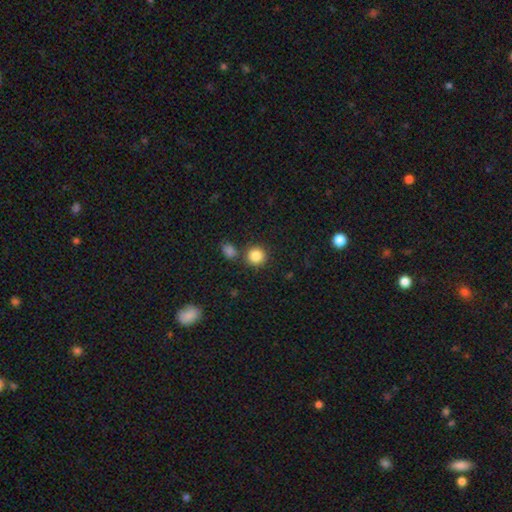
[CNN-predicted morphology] smooth-or-featured: smooth: 86% | star or artifact: 10% | featured or disk: 4%
  how-rounded: round: 91% | in between: 8% | cigar-shaped: 1%
  merging: none: 78% | merger: 11% | minor disturbance: 8% | major disturbance: 3%